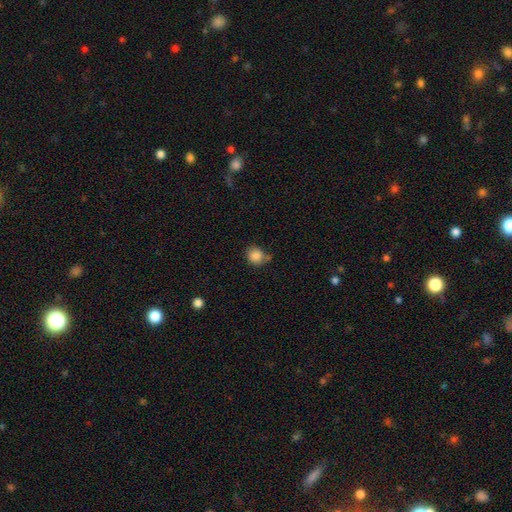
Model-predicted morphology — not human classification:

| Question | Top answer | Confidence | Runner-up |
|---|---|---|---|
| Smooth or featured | smooth | 86% | star or artifact (9%) |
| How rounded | round | 83% | in between (16%) |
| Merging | none | 65% | minor disturbance (20%) |